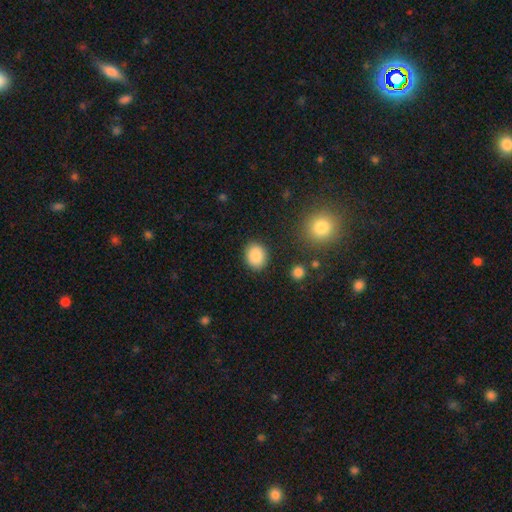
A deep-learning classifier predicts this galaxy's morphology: smooth_or_featured: smooth (p=0.87) [alt: star or artifact p=0.08]
how_rounded: round (p=0.50) [alt: in between p=0.49]
merging: none (p=0.88) [alt: minor disturbance p=0.08]